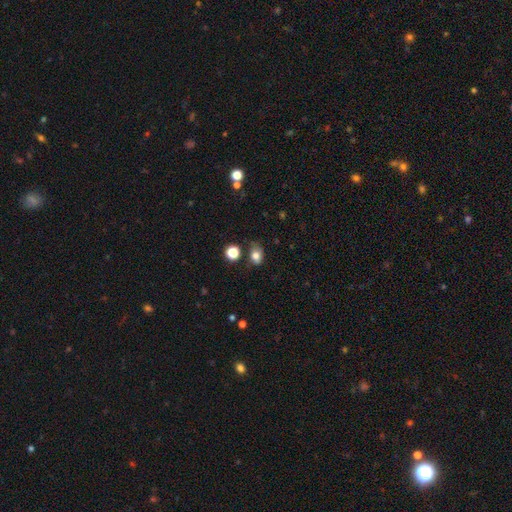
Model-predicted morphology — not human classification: Q: Smooth or featured?
A: smooth (79%); runner-up: star or artifact (12%)
Q: How rounded?
A: in between (69%); runner-up: round (30%)
Q: Merging?
A: none (60%); runner-up: minor disturbance (26%)